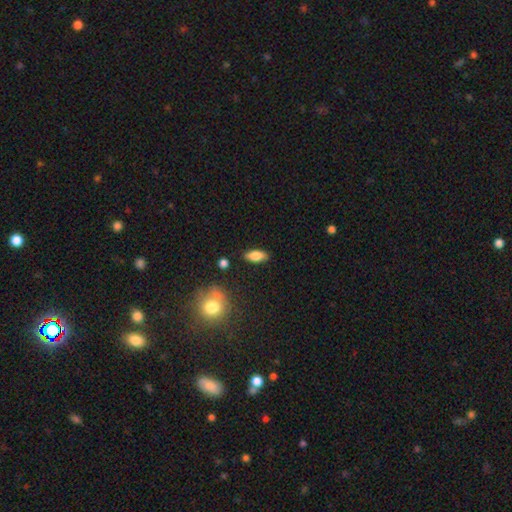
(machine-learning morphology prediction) Smooth or featured: smooth — 78% (featured or disk — 14%)
How rounded: in between — 82% (cigar-shaped — 15%)
Merging: none — 85% (minor disturbance — 11%)